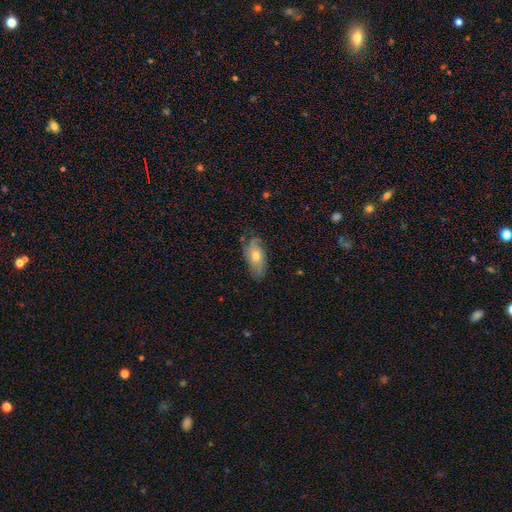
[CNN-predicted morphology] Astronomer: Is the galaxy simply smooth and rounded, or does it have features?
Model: smooth — 54% (runner-up: featured or disk, 39%).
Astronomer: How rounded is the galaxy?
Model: in between — 88%.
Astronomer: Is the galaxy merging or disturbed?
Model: none — 66%.